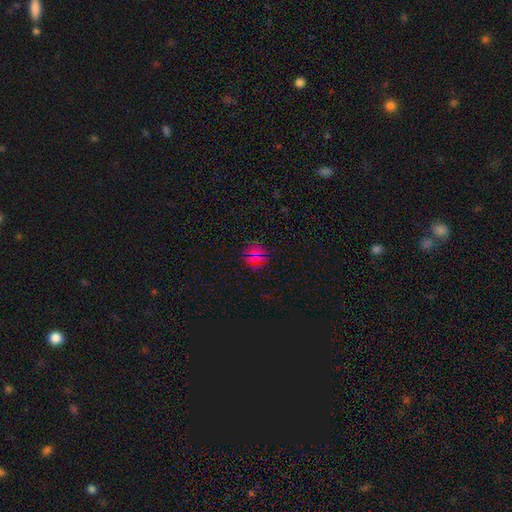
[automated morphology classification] Smooth or featured: smooth — 63% (star or artifact — 29%)
How rounded: round — 89% (in between — 9%)
Merging: none — 86% (minor disturbance — 9%)